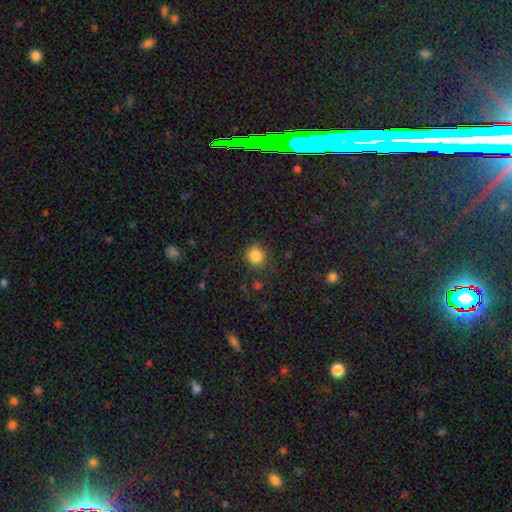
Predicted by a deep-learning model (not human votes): Overall: smooth (85%). How rounded: round (85%). Merging: none (87%).